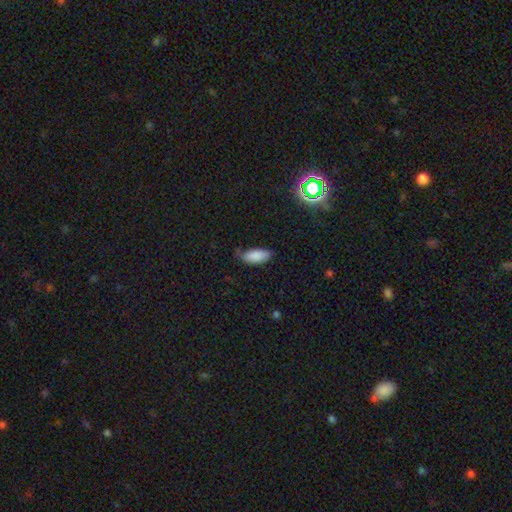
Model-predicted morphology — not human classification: Smooth or featured? Predicted: smooth (p=0.86). How rounded? Predicted: in between (p=0.84). Merging? Predicted: none (p=0.67).